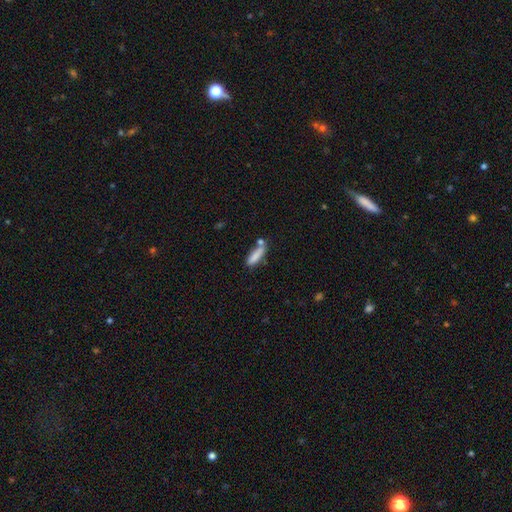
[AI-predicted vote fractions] Morphology: type=smooth (82%); roundness=cigar-shaped (65%); merging=none (59%).